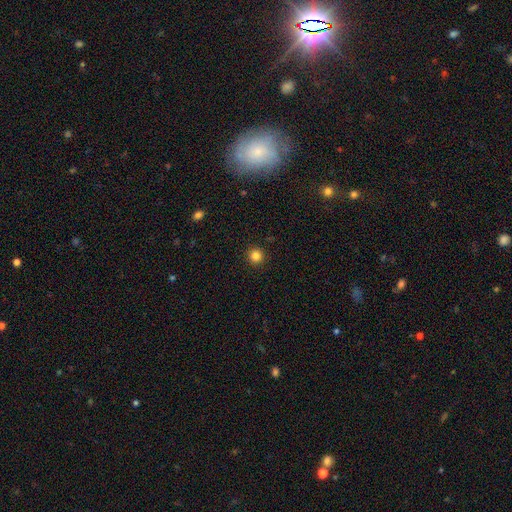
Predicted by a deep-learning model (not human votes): A smooth galaxy with no disk features (83%) that is round (95%). Merging: none (93%).